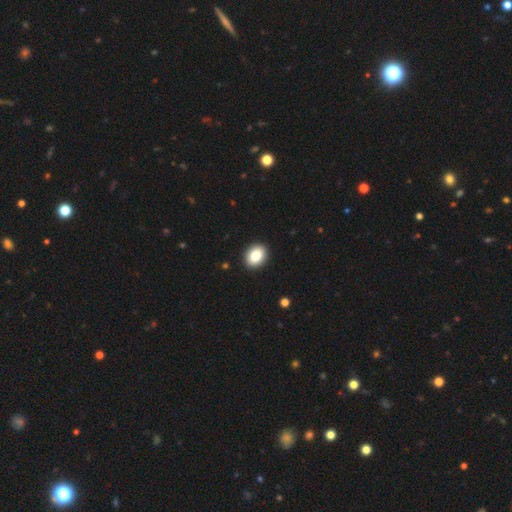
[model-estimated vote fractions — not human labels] smooth_or_featured: smooth (p=0.86) [alt: star or artifact p=0.08]
how_rounded: in between (p=0.59) [alt: round p=0.40]
merging: none (p=0.92) [alt: minor disturbance p=0.06]